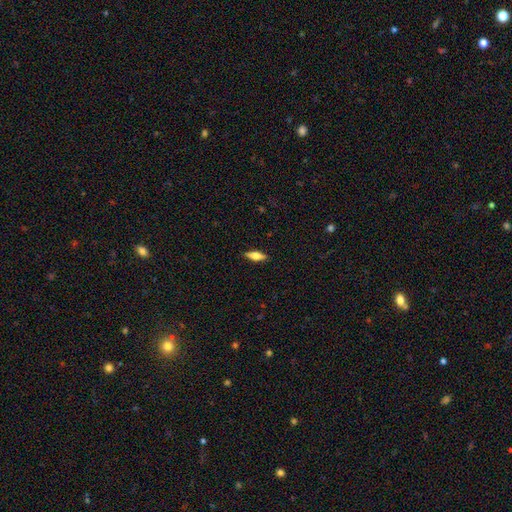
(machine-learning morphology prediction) The model was most divided on "smooth or featured": smooth: 50%, featured or disk: 43%, star or artifact: 7%. More confident: merging — none (88%).